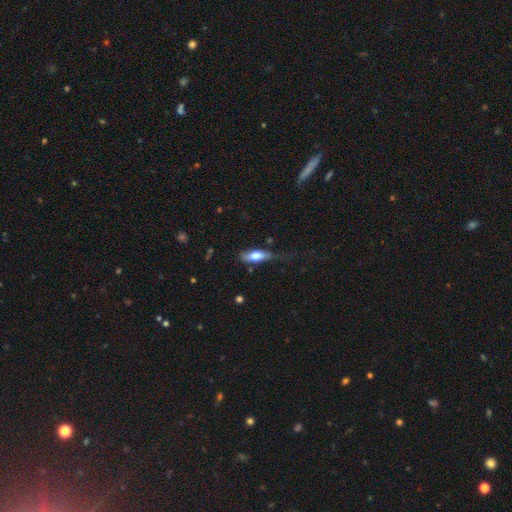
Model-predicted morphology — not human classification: This appears to be a smooth galaxy with no disk features (67%) that is in between round and cigar-shaped (66%). Merging: none (43%).